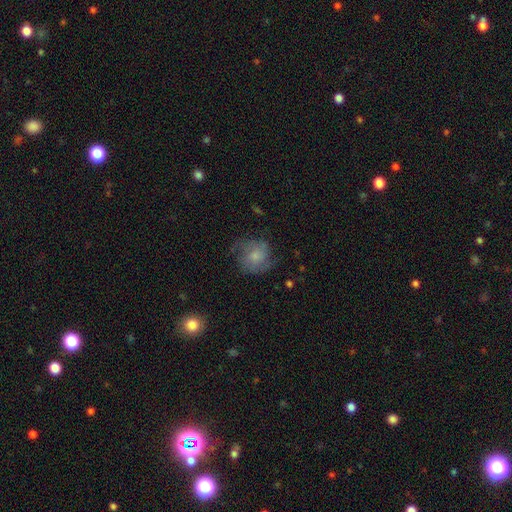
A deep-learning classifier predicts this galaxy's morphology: smooth-or-featured: smooth: 49% | featured or disk: 43% | star or artifact: 9%
  merging: none: 60% | minor disturbance: 25% | major disturbance: 14% | merger: 2%